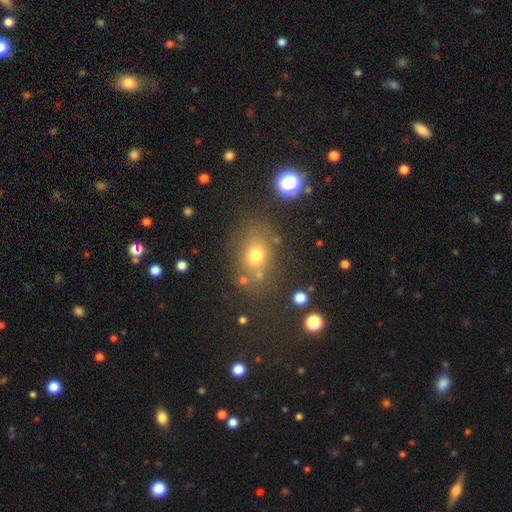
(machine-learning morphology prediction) The model was most divided on "how rounded": in between: 51%, round: 48%, cigar-shaped: 2%. More confident: merging — none (73%); smooth or featured — smooth (65%).